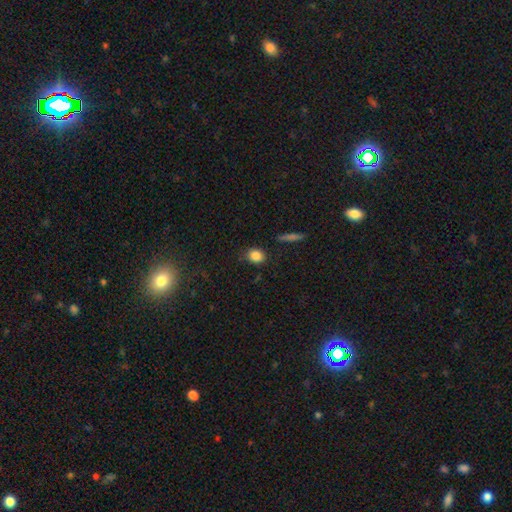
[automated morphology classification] smooth-or-featured: smooth: 85% | star or artifact: 10% | featured or disk: 5%
  how-rounded: round: 56% | in between: 42% | cigar-shaped: 2%
  merging: none: 81% | minor disturbance: 14% | major disturbance: 3% | merger: 2%